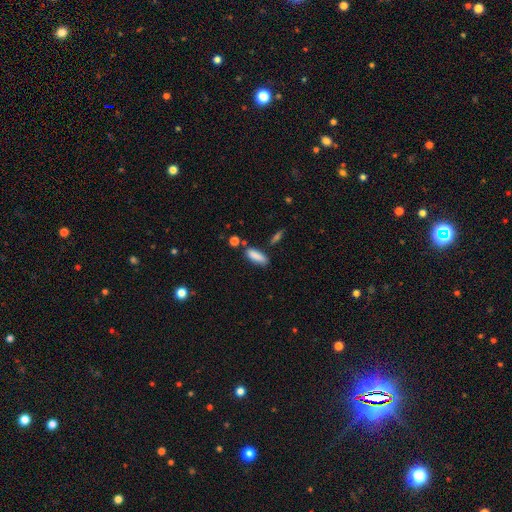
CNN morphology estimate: type=smooth (86%); roundness=in between (58%); merging=none (72%).